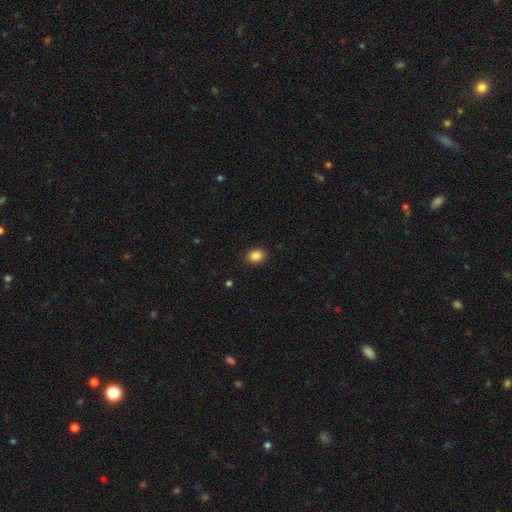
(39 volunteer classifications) smooth 85%, featured or disk 8%, star or artifact 8%. Down the decision tree: how rounded — in between (79%); merging — none (89%).